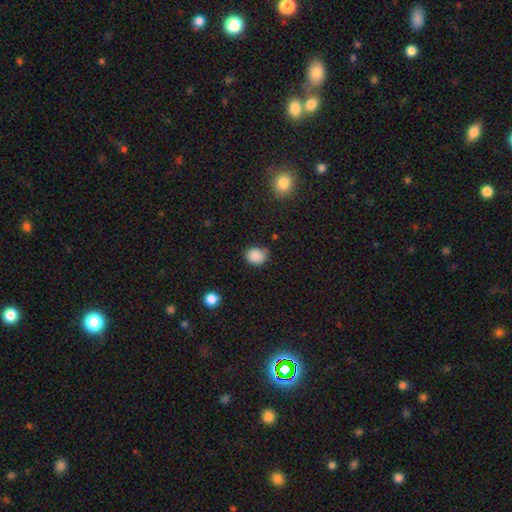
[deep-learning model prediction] The model was most divided on "how rounded": round: 62%, in between: 37%, cigar-shaped: 1%. More confident: smooth or featured — smooth (87%); merging — none (71%).